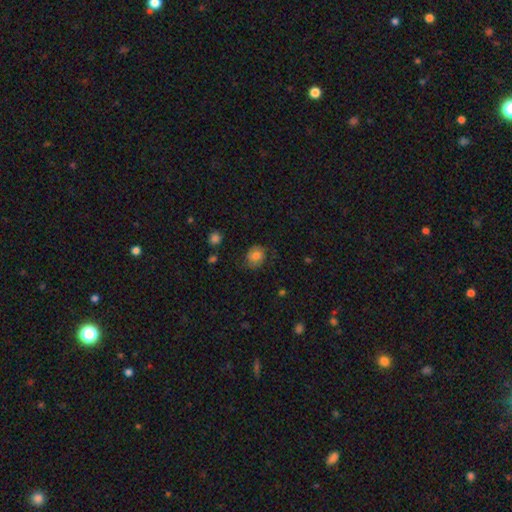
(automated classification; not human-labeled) A smooth galaxy with no disk features (71%) that is round (66%). Merging: none (67%).